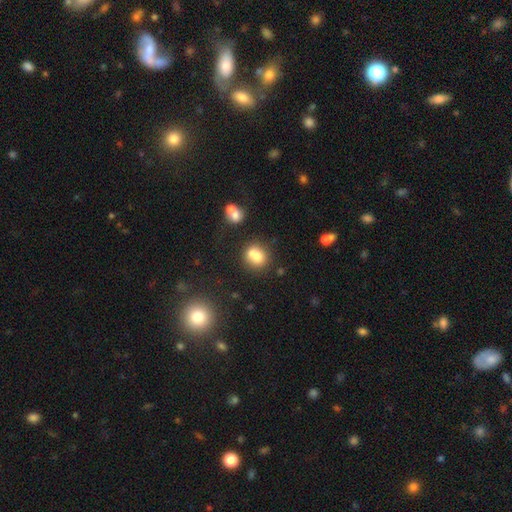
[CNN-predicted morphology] This appears to be a smooth galaxy with no disk features (72%) that is round (71%). Merging: none (42%).